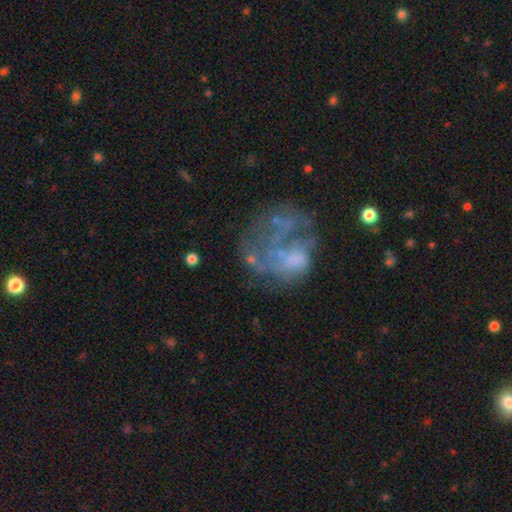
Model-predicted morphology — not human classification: This appears to be a featured or disk galaxy (61%) with no bar (87%), no spiral arms (80%) and no central bulge (64%). Merging: major disturbance (38%).